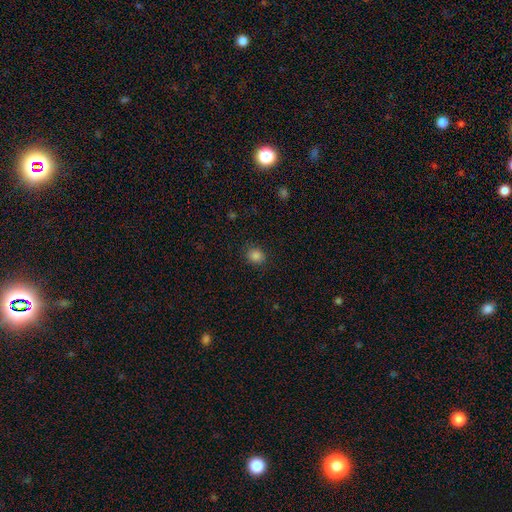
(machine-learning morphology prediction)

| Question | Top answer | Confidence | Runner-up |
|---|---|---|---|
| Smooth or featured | smooth | 85% | star or artifact (12%) |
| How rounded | round | 77% | in between (22%) |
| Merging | none | 88% | minor disturbance (9%) |